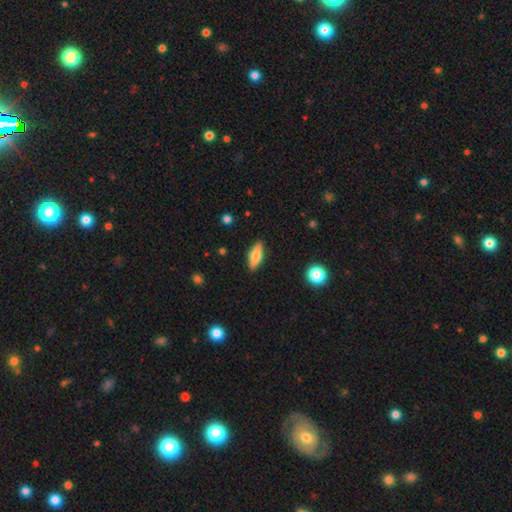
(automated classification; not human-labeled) Smooth or featured?
  - smooth: 64% *
  - featured or disk: 29%
  - star or artifact: 7%
How rounded?
  - in between: 68% *
  - cigar-shaped: 29%
  - round: 3%
Merging?
  - none: 87% *
  - minor disturbance: 10%
  - major disturbance: 2%
  - merger: 1%